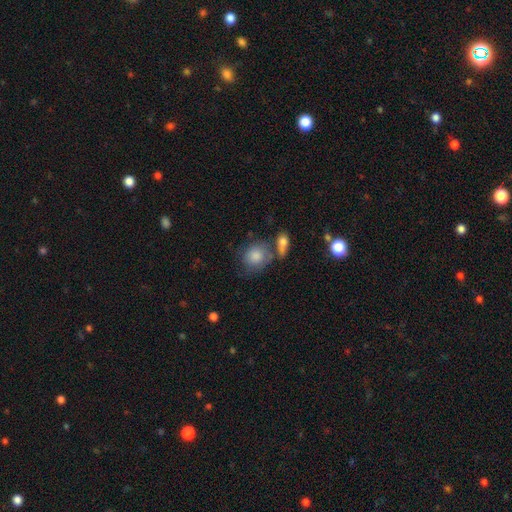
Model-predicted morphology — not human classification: A smooth galaxy with no disk features (80%) that is round (71%). Merging: none (48%).